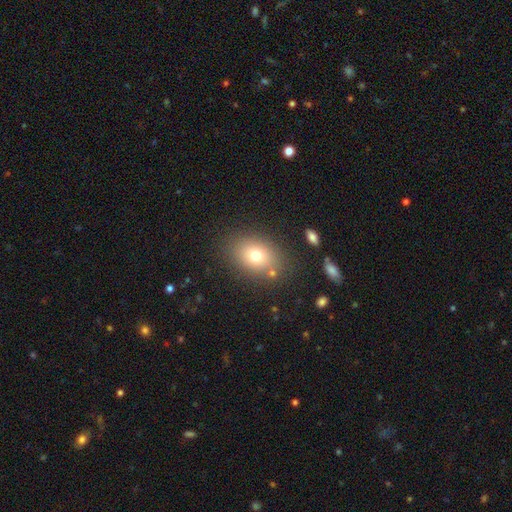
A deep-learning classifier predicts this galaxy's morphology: A smooth galaxy with no disk features (74%) that is in between round and cigar-shaped (66%).

Vote fractions:
- Smooth or featured? smooth: 74% / featured or disk: 14% / star or artifact: 13%
- How rounded? in between: 66% / round: 33% / cigar-shaped: 1%
- Merging? none: 79% / minor disturbance: 12% / merger: 5% / major disturbance: 4%